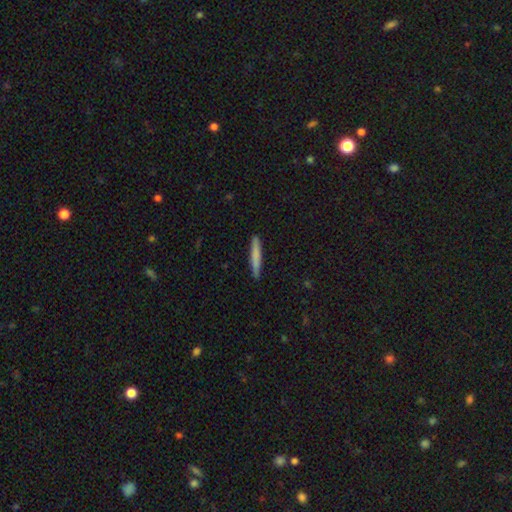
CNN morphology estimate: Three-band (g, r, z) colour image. It shows a smooth galaxy with no disk features (74%) that is cigar-shaped (95%). Merging: none (89%).